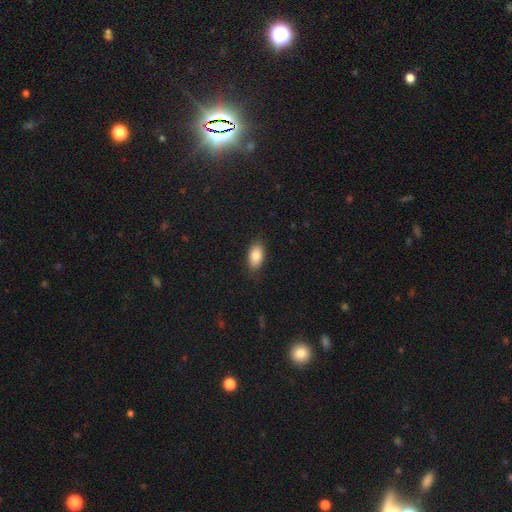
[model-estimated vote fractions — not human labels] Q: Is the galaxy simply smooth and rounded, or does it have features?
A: smooth — 86%.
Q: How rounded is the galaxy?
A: in between — 92%.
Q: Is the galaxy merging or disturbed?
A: none — 84%.